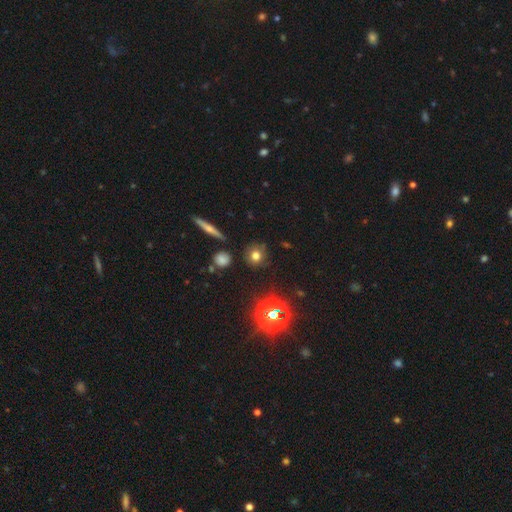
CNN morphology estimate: This is likely a smooth galaxy (68%). How rounded: clearly round (85%). Merging: clearly none (83%).